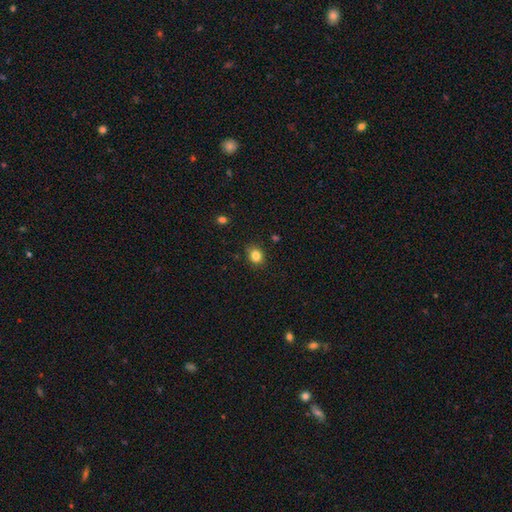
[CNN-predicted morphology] The model was most divided on "how rounded": round: 67%, in between: 32%, cigar-shaped: 1%. More confident: merging — none (85%); smooth or featured — smooth (83%).